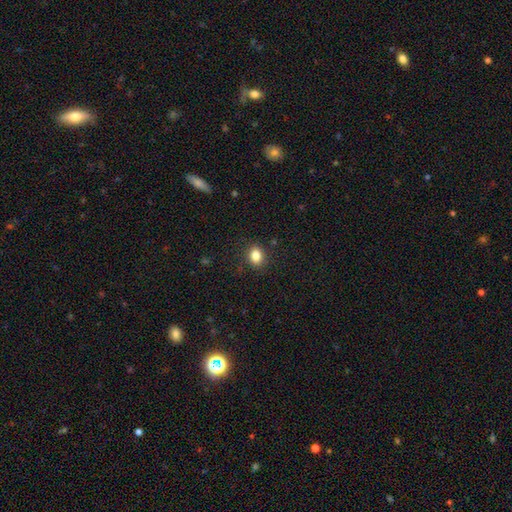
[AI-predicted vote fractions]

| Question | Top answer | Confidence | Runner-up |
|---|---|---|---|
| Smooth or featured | smooth | 84% | star or artifact (10%) |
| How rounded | in between | 58% | round (41%) |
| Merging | none | 88% | minor disturbance (9%) |